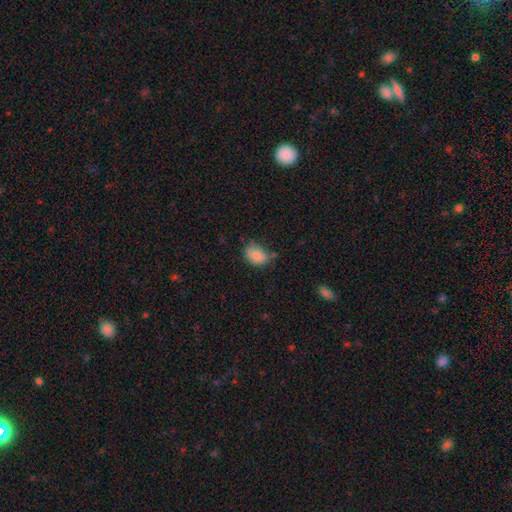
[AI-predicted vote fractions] Smooth or featured? smooth (83%)
How rounded? in between (73%)
Merging? none (56%)